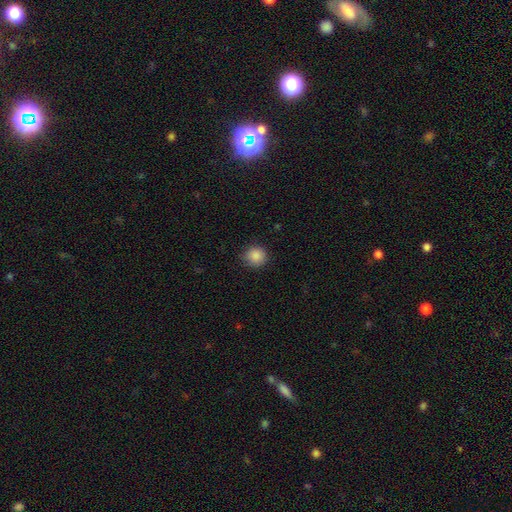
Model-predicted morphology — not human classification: The model was most divided on "smooth or featured": smooth: 87%, star or artifact: 10%, featured or disk: 3%. More confident: how rounded — round (91%); merging — none (87%).